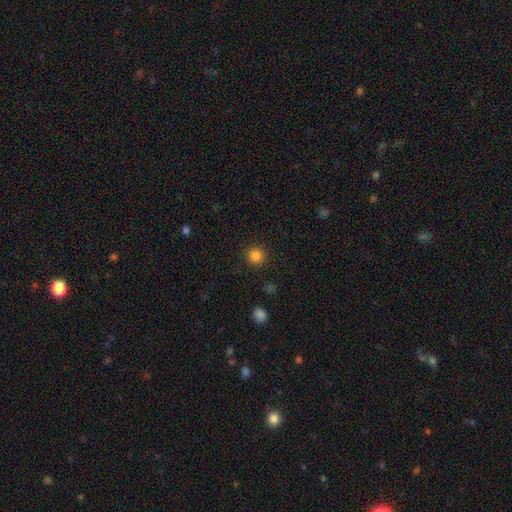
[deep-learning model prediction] smooth-or-featured: smooth: 84% | star or artifact: 12% | featured or disk: 4%
  how-rounded: round: 94% | in between: 5% | cigar-shaped: 1%
  merging: none: 91% | minor disturbance: 6% | major disturbance: 2% | merger: 1%